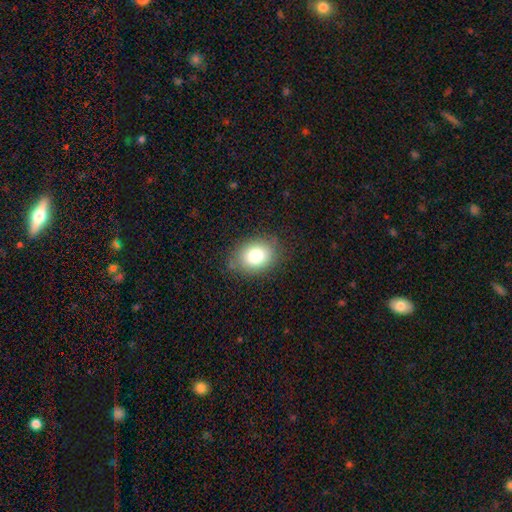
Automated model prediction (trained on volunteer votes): Smooth or featured?
  - smooth: 79% *
  - featured or disk: 11%
  - star or artifact: 10%
How rounded?
  - in between: 67% *
  - round: 33%
  - cigar-shaped: 1%
Merging?
  - none: 80% *
  - minor disturbance: 14%
  - major disturbance: 4%
  - merger: 1%